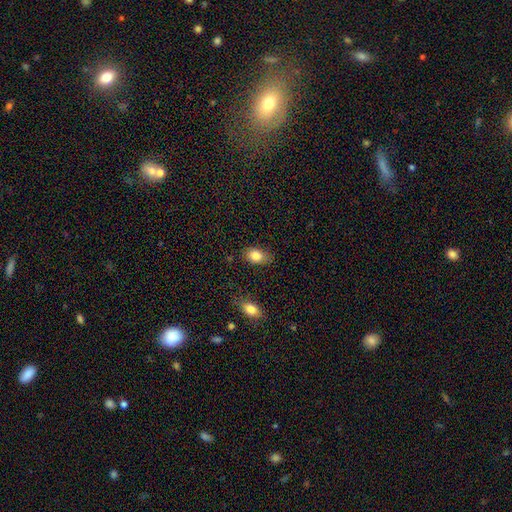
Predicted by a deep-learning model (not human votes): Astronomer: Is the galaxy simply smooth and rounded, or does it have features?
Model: smooth — 83%.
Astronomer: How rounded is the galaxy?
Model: in between — 83%.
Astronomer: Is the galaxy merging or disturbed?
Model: none — 82%.